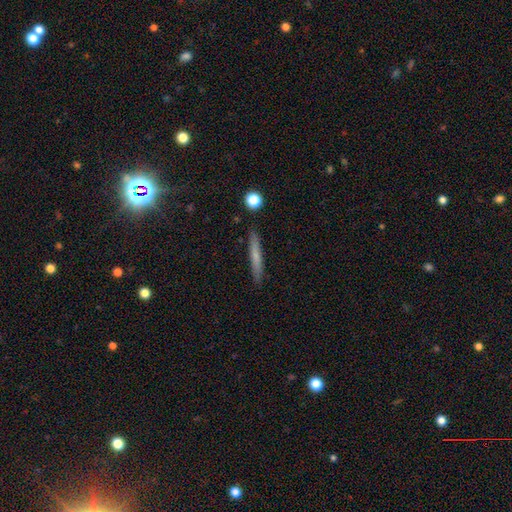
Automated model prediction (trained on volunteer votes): smooth 64%, featured or disk 29%, star or artifact 7%. Down the decision tree: how rounded — cigar-shaped (95%); merging — none (90%).